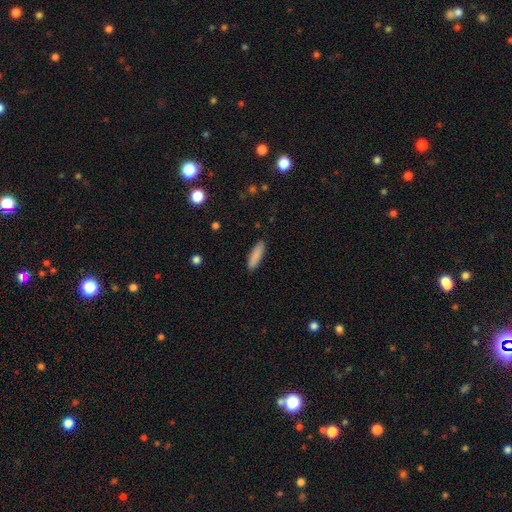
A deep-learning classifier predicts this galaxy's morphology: This is clearly a smooth galaxy (88%). How rounded: likely cigar-shaped (66%). Merging: clearly none (89%).